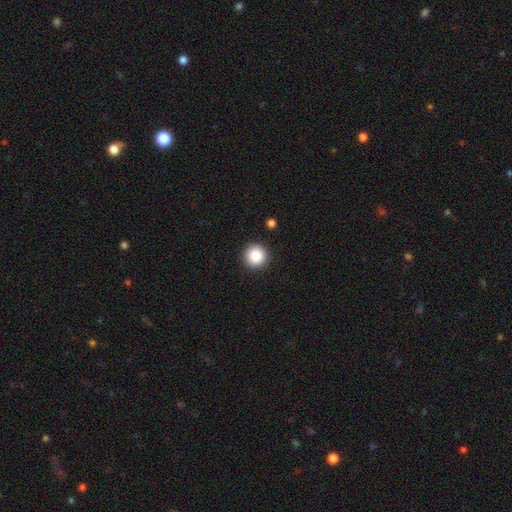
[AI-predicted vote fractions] smooth 86%, star or artifact 9%, featured or disk 5%. Down the decision tree: how rounded — round (95%); merging — none (91%).